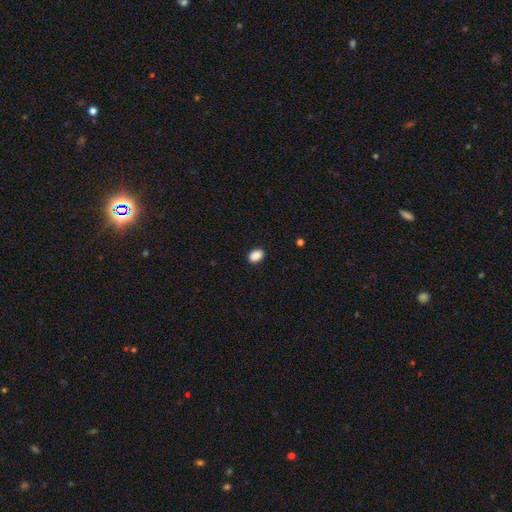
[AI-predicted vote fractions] Smooth or featured?
  - smooth: 89% *
  - star or artifact: 8%
  - featured or disk: 2%
How rounded?
  - in between: 81% *
  - round: 17%
  - cigar-shaped: 1%
Merging?
  - none: 89% *
  - minor disturbance: 8%
  - major disturbance: 2%
  - merger: 1%